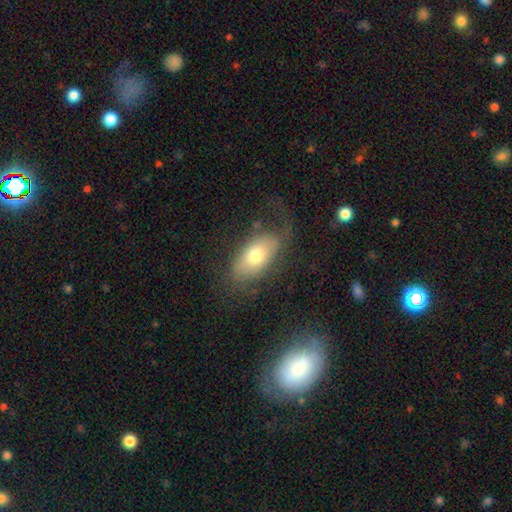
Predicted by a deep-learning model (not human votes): Overall: smooth (62%; featured or disk 30%). How rounded: in between (91%). Merging: none (54%; minor disturbance 22%).